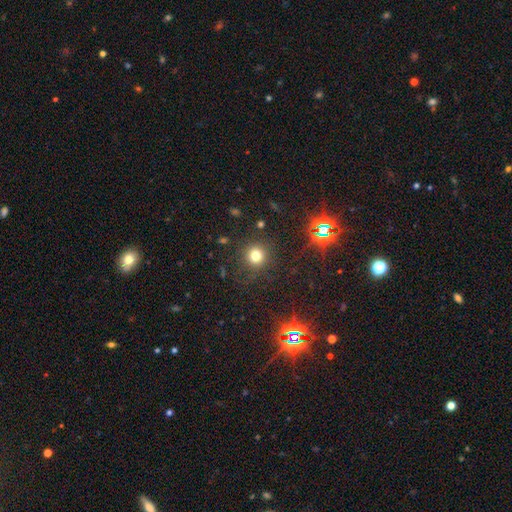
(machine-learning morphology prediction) Smooth or featured: smooth — 73% (star or artifact — 21%)
How rounded: round — 92% (in between — 7%)
Merging: none — 85% (minor disturbance — 9%)